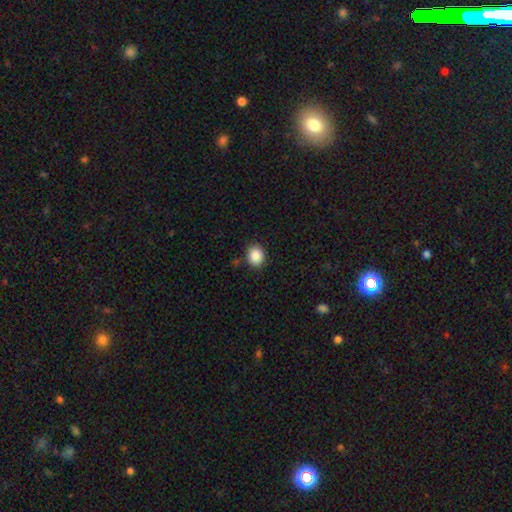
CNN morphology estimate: type=smooth (88%); roundness=round (63%); merging=none (86%).